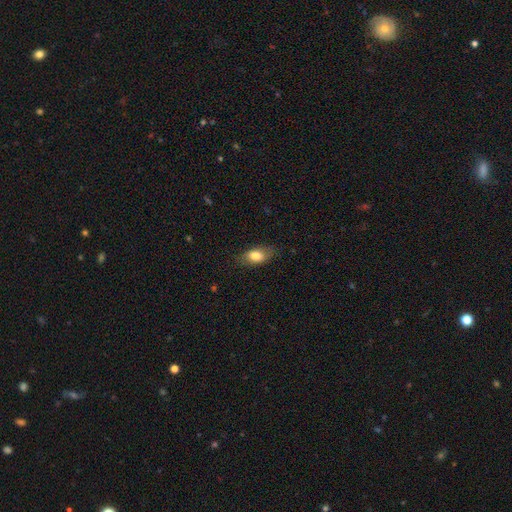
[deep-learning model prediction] Morphology: type=smooth (79%); roundness=in between (87%); merging=none (77%).